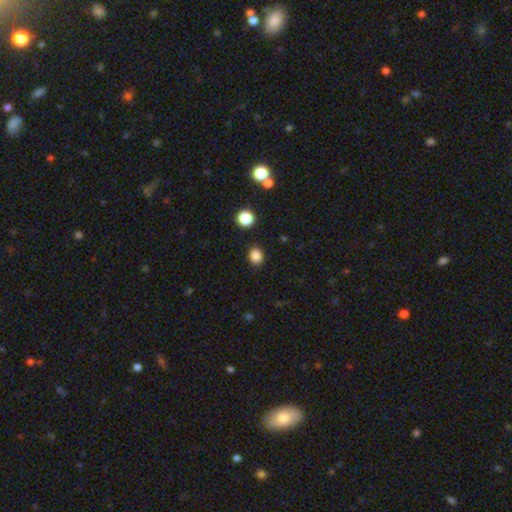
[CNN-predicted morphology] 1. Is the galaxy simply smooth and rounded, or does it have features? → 84% smooth, 12% star or artifact, 4% featured or disk.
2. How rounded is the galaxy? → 63% round, 37% in between, 1% cigar-shaped.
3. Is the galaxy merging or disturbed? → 89% none, 7% minor disturbance, 2% major disturbance, 2% merger.